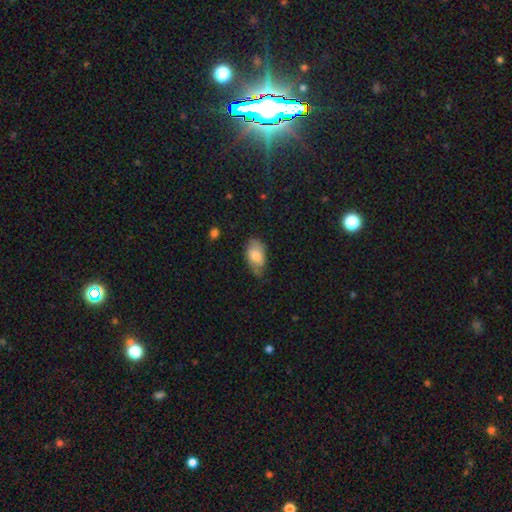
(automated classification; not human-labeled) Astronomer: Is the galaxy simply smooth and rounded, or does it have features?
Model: smooth — 75%.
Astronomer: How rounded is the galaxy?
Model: in between — 93%.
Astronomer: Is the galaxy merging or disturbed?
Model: none — 56% (runner-up: minor disturbance, 34%).